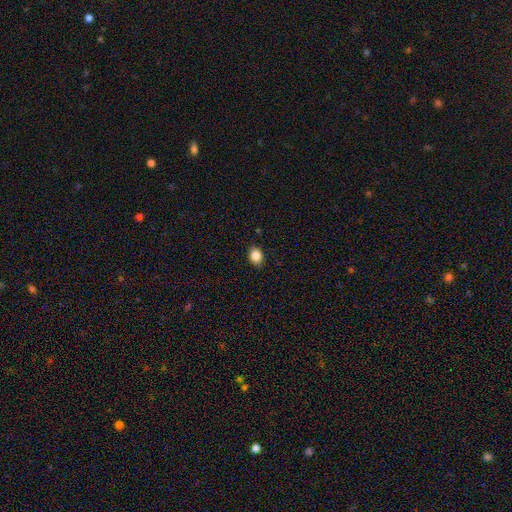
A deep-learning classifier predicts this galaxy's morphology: smooth-or-featured: smooth: 87% | star or artifact: 9% | featured or disk: 4%
  how-rounded: in between: 60% | round: 39% | cigar-shaped: 1%
  merging: none: 87% | minor disturbance: 10% | major disturbance: 2% | merger: 1%